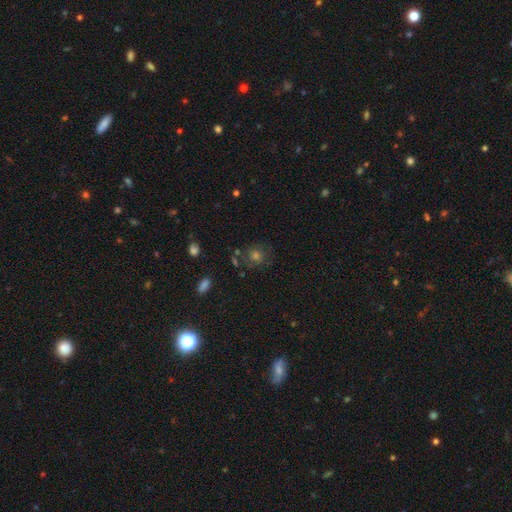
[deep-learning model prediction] smooth-or-featured: smooth: 51% | star or artifact: 29% | featured or disk: 19%
  how-rounded: round: 85% | in between: 14% | cigar-shaped: 1%
  merging: none: 77% | minor disturbance: 13% | major disturbance: 6% | merger: 4%